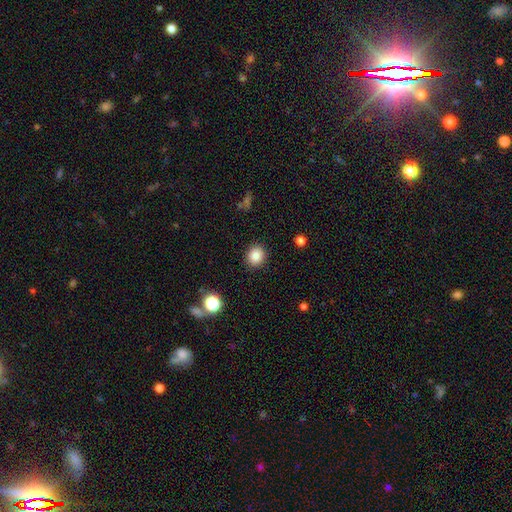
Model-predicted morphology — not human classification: Overall: smooth (86%). How rounded: round (76%). Merging: none (90%).